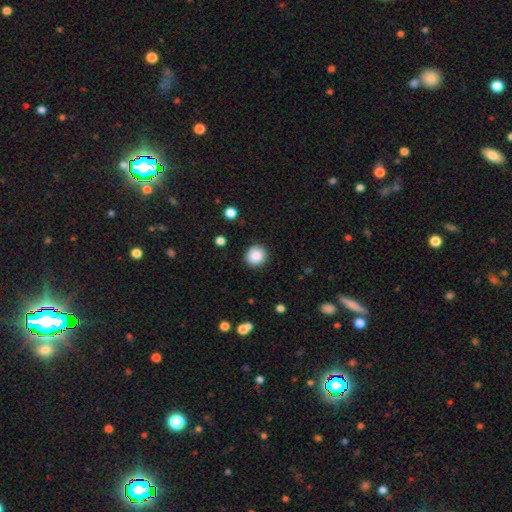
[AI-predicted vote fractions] This is clearly a smooth galaxy (88%). How rounded: clearly round (93%). Merging: clearly none (91%).